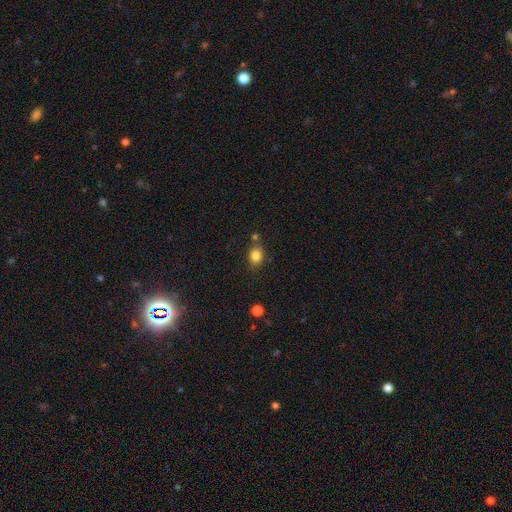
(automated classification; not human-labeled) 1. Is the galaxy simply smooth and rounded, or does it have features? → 83% smooth, 11% star or artifact, 6% featured or disk.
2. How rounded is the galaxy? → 55% in between, 44% round, 1% cigar-shaped.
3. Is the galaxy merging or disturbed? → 76% none, 13% minor disturbance, 8% merger, 3% major disturbance.